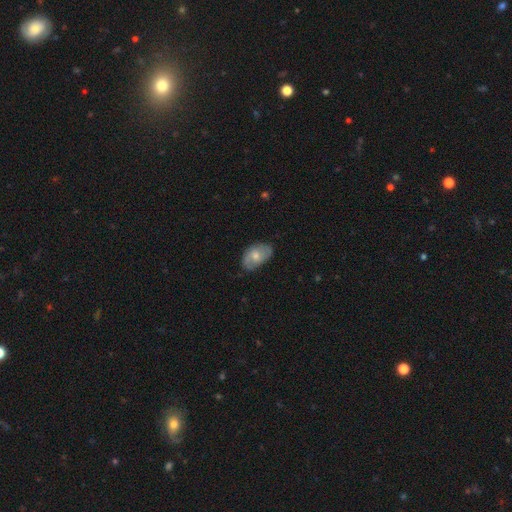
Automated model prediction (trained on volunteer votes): A smooth galaxy with no disk features (53%) that is in between round and cigar-shaped (90%).

Vote fractions:
- Smooth or featured? smooth: 53% / featured or disk: 40% / star or artifact: 6%
- How rounded? in between: 90% / round: 8% / cigar-shaped: 1%
- Merging? none: 69% / minor disturbance: 25% / major disturbance: 5% / merger: 1%